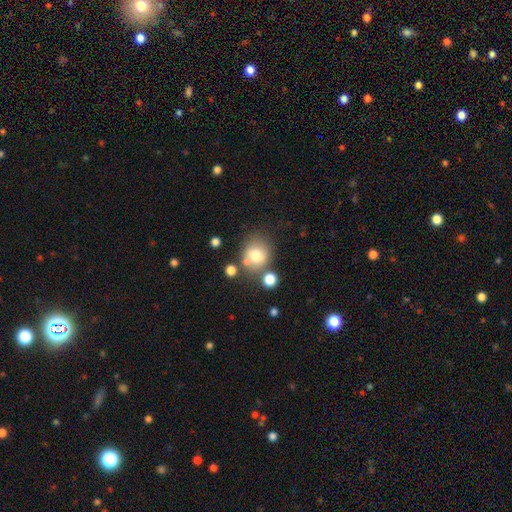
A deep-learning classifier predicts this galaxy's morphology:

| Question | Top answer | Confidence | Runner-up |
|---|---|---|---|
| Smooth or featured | smooth | 74% | featured or disk (15%) |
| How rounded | round | 74% | in between (25%) |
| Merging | none | 62% | merger (17%) |